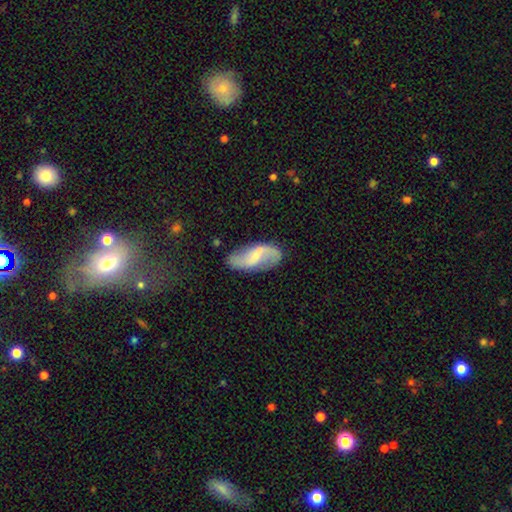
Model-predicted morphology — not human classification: type=featured or disk (72%); edge-on=no (96%); bar=weak (49%); spiral arms=yes (90%); winding=loose (68%); arm count=2 (89%); bulge=small (58%); merging=none (70%).